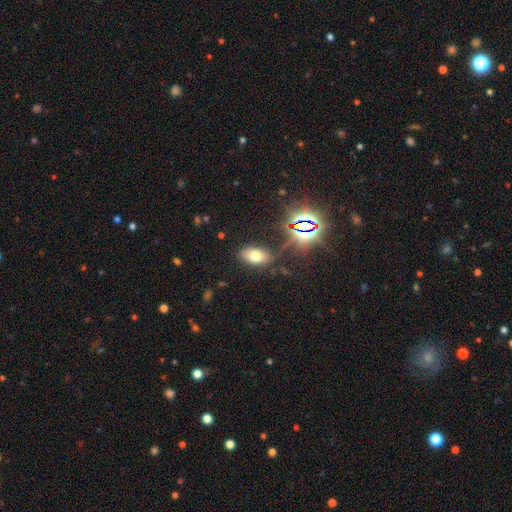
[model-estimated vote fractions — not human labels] Morphology: type=smooth (65%); roundness=in between (90%); merging=none (78%).